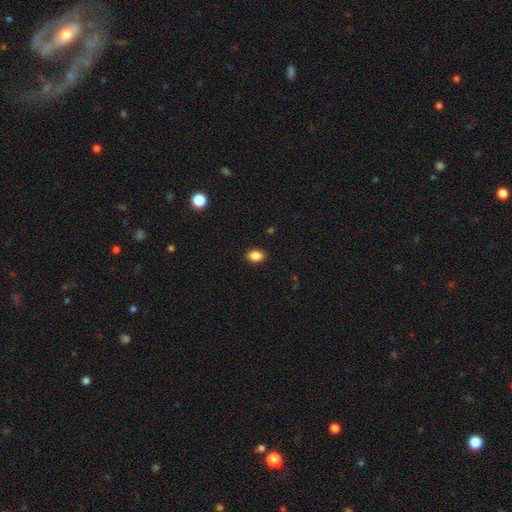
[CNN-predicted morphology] The model was most divided on "how rounded": in between: 82%, round: 17%, cigar-shaped: 1%. More confident: merging — none (89%); smooth or featured — smooth (87%).